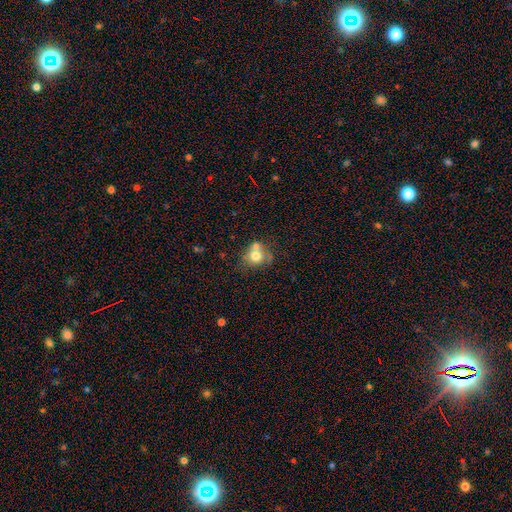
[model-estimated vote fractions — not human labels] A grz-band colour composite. It shows a smooth galaxy with no disk features (71%) that is round (74%). Merging: merger (43%).